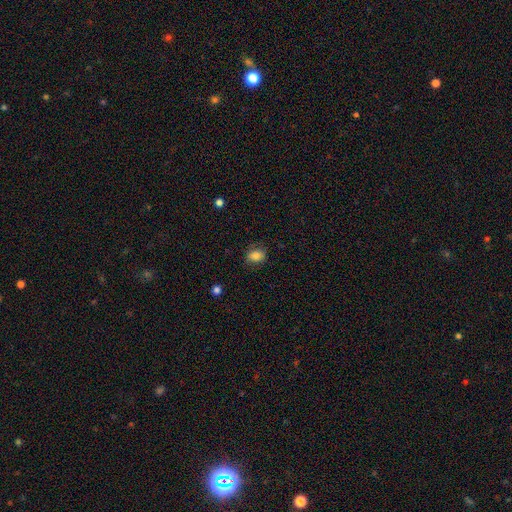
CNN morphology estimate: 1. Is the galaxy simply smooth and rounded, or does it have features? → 83% smooth, 10% star or artifact, 8% featured or disk.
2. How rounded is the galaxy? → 63% in between, 35% round, 1% cigar-shaped.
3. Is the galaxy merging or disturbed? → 79% none, 15% minor disturbance, 4% major disturbance, 1% merger.